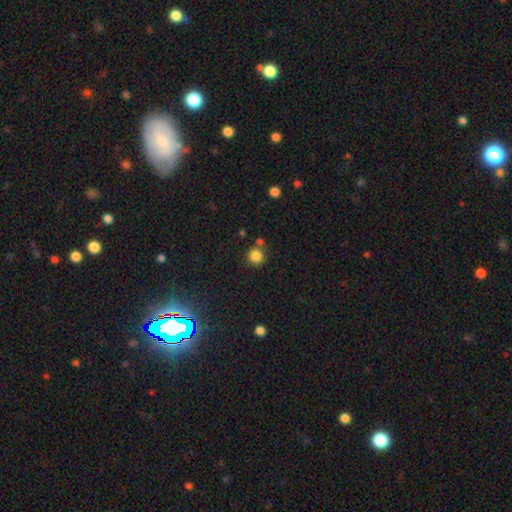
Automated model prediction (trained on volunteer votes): smooth-or-featured: smooth: 84% | star or artifact: 12% | featured or disk: 5%
  how-rounded: round: 92% | in between: 7% | cigar-shaped: 1%
  merging: none: 76% | merger: 12% | minor disturbance: 9% | major disturbance: 3%